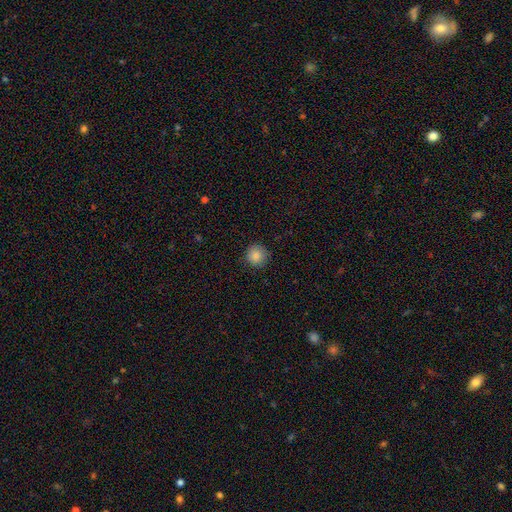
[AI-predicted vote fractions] This is clearly a smooth galaxy (87%). How rounded: clearly round (93%). Merging: clearly none (87%).